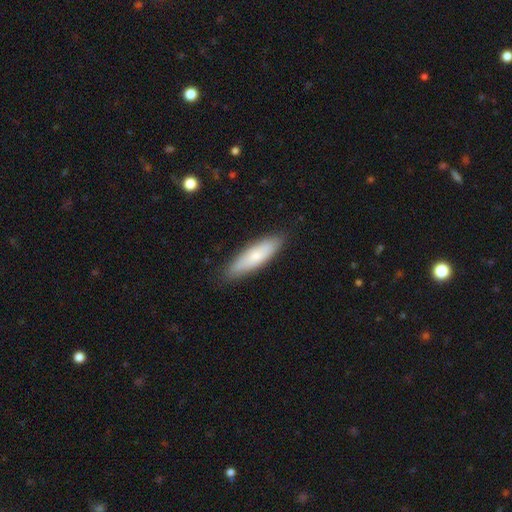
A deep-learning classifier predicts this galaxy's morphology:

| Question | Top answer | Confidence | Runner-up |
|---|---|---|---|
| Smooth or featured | smooth | 71% | featured or disk (23%) |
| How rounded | cigar-shaped | 61% | in between (37%) |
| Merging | none | 86% | minor disturbance (11%) |